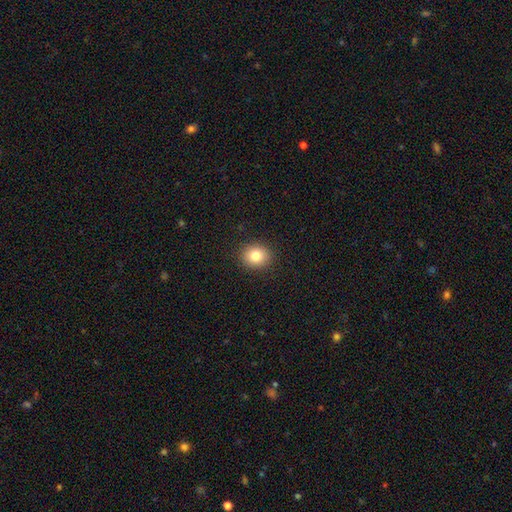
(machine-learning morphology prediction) This appears to be a smooth galaxy with no disk features (81%) that is round (75%). Merging: none (91%).